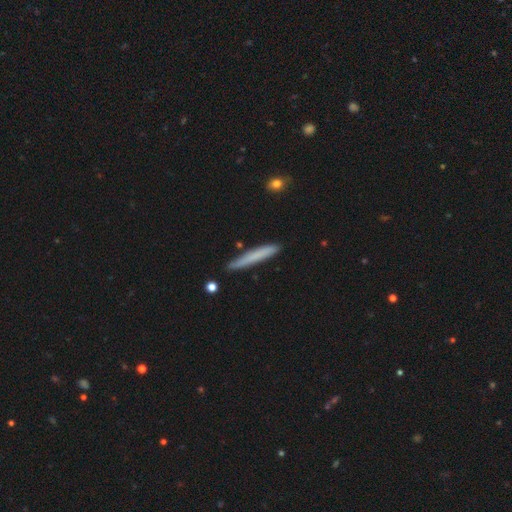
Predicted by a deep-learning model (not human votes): Smooth or featured: smooth — 70% (featured or disk — 24%)
How rounded: cigar-shaped — 96% (in between — 3%)
Merging: none — 83% (minor disturbance — 12%)